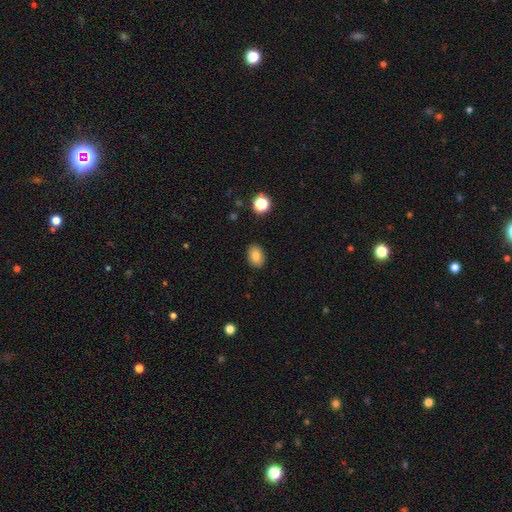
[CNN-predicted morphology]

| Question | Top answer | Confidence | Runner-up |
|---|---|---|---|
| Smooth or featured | smooth | 82% | star or artifact (10%) |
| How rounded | in between | 73% | round (26%) |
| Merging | none | 88% | minor disturbance (9%) |